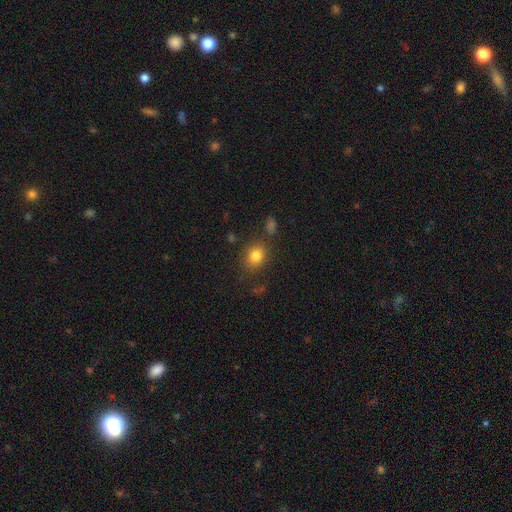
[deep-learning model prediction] Overall: smooth (82%). How rounded: round (58%; in between 41%). Merging: none (80%).